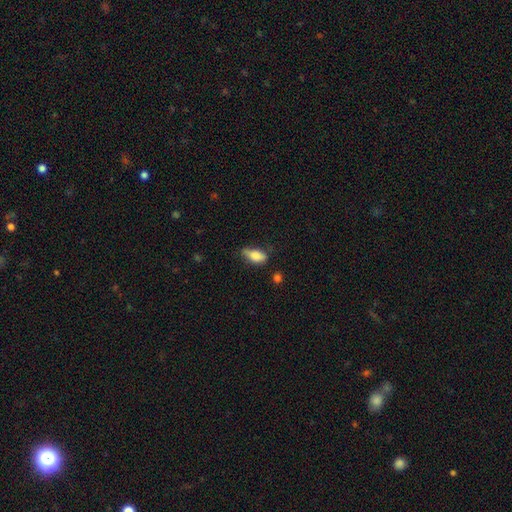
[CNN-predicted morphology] The model was most divided on "merging": none: 47%, minor disturbance: 38%, major disturbance: 11%, merger: 3%. More confident: how rounded — in between (82%); smooth or featured — smooth (80%).